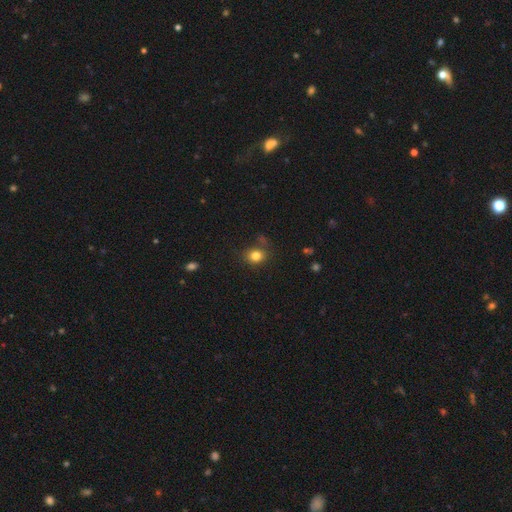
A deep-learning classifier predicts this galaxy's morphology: Smooth or featured: smooth — 82% (star or artifact — 12%)
How rounded: round — 67% (in between — 32%)
Merging: none — 76% (minor disturbance — 15%)